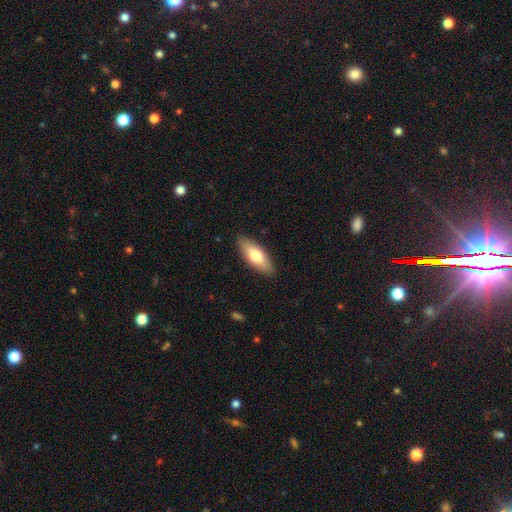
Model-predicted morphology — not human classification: smooth 69%, featured or disk 25%, star or artifact 6%. Down the decision tree: how rounded — in between (68%); merging — none (87%).